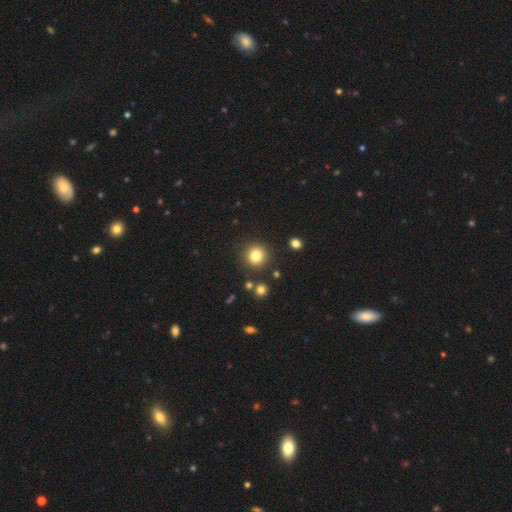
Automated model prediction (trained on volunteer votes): The model was most divided on "smooth or featured": smooth: 81%, star or artifact: 12%, featured or disk: 7%. More confident: how rounded — round (93%); merging — none (88%).